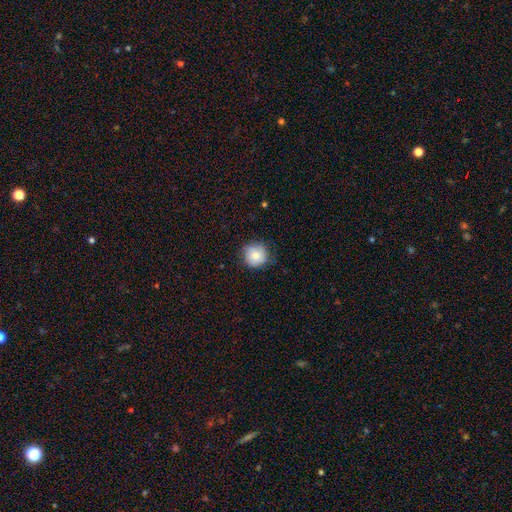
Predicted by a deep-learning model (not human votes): Q: Smooth or featured?
A: smooth (77%); runner-up: featured or disk (14%)
Q: How rounded?
A: round (92%); runner-up: in between (7%)
Q: Merging?
A: none (77%); runner-up: minor disturbance (19%)